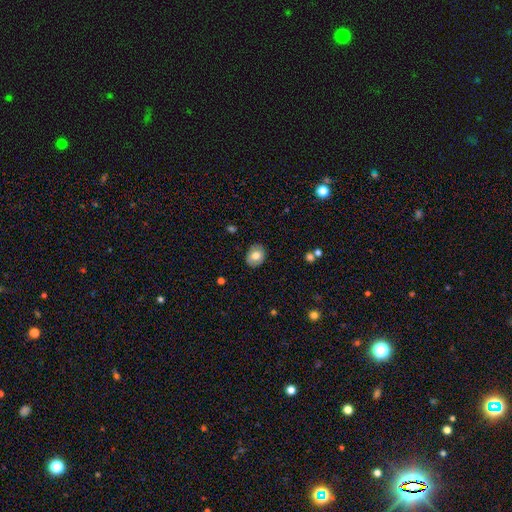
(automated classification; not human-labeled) Smooth or featured: smooth — 74% (featured or disk — 18%)
How rounded: in between — 55% (round — 44%)
Merging: none — 86% (minor disturbance — 10%)